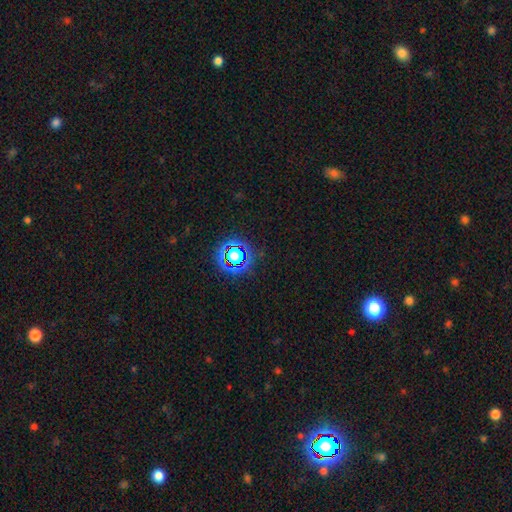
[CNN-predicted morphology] This is likely a star or artifact rather than a galaxy (76%).